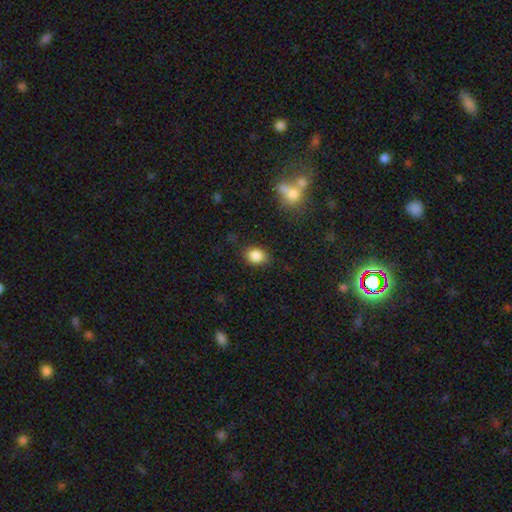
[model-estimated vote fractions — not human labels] A smooth galaxy with no disk features (86%) that is in between round and cigar-shaped (59%). Merging: none (84%).